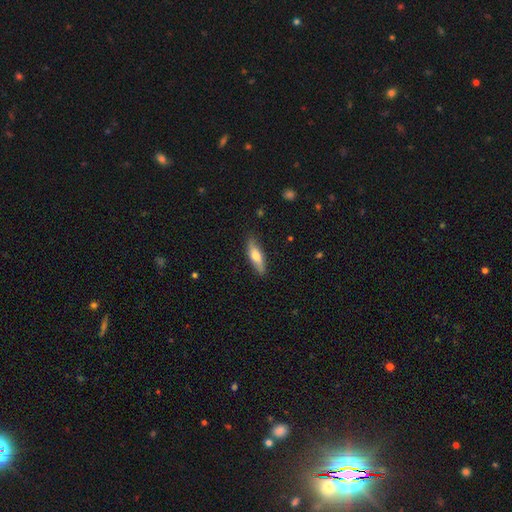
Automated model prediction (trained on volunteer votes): A smooth galaxy with no disk features (61%) that is cigar-shaped (61%).

Vote fractions:
- Smooth or featured? smooth: 61% / featured or disk: 33% / star or artifact: 6%
- How rounded? cigar-shaped: 61% / in between: 37% / round: 2%
- Merging? none: 85% / minor disturbance: 11% / major disturbance: 2% / merger: 1%